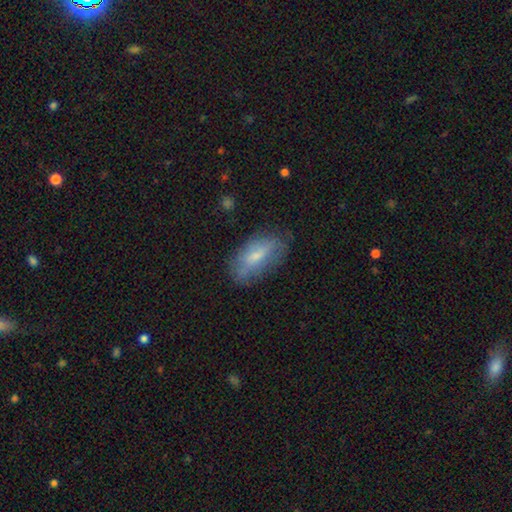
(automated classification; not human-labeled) This is likely a smooth galaxy (63%). How rounded: clearly in between (81%). Merging: likely none (69%).